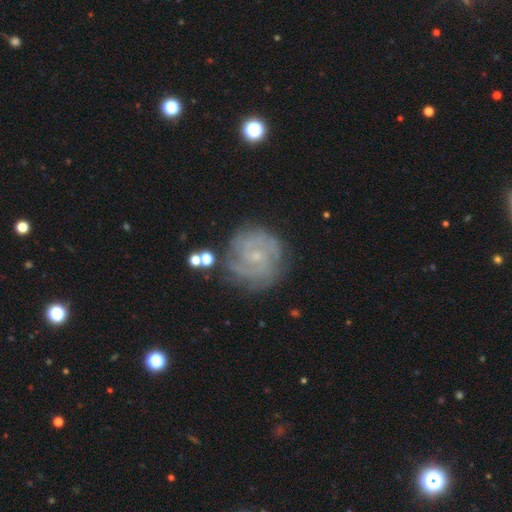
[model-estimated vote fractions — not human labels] Smooth or featured: featured or disk — 82% (smooth — 11%)
Edge-on disk: no — 98% (yes — 2%)
Bar: no — 67% (weak — 29%)
Spiral arms: yes — 95% (no — 5%)
Spiral winding: tight — 67% (medium — 27%)
Spiral arm count: 2 — 28% (can't tell — 26%)
Bulge size: small — 79% (moderate — 13%)
Merging: none — 74% (minor disturbance — 16%)